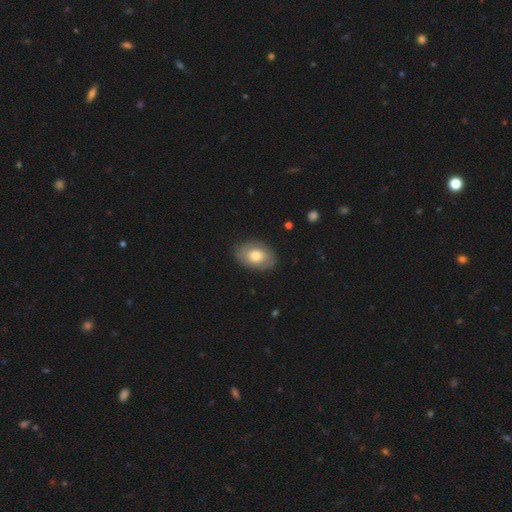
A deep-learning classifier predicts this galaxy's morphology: Smooth or featured?
  - smooth: 66% *
  - featured or disk: 28%
  - star or artifact: 7%
How rounded?
  - in between: 82% *
  - round: 17%
  - cigar-shaped: 1%
Merging?
  - none: 82% *
  - minor disturbance: 13%
  - major disturbance: 4%
  - merger: 1%